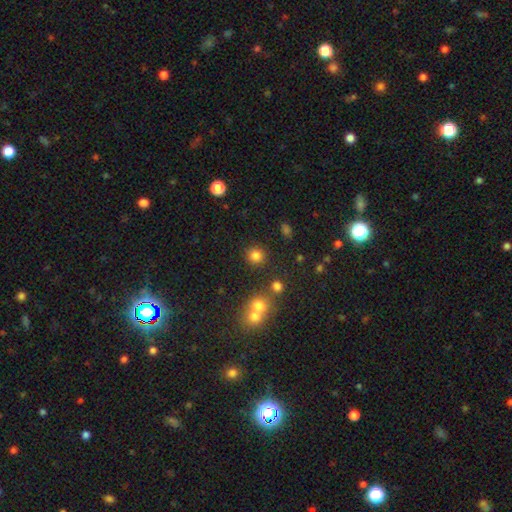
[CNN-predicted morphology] Q: Smooth or featured?
A: smooth (80%); runner-up: star or artifact (14%)
Q: How rounded?
A: round (91%); runner-up: in between (8%)
Q: Merging?
A: none (84%); runner-up: minor disturbance (7%)